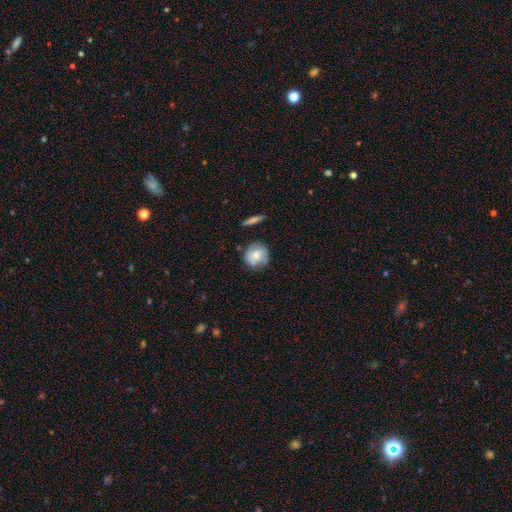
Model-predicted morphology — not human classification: Smooth or featured? smooth (66%)
How rounded? round (85%)
Merging? none (70%)